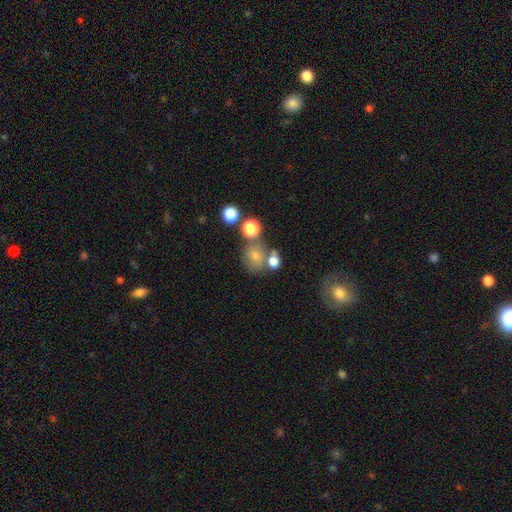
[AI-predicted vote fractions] smooth 64%, star or artifact 20%, featured or disk 16%. Down the decision tree: how rounded — round (76%); merging — none (57%).